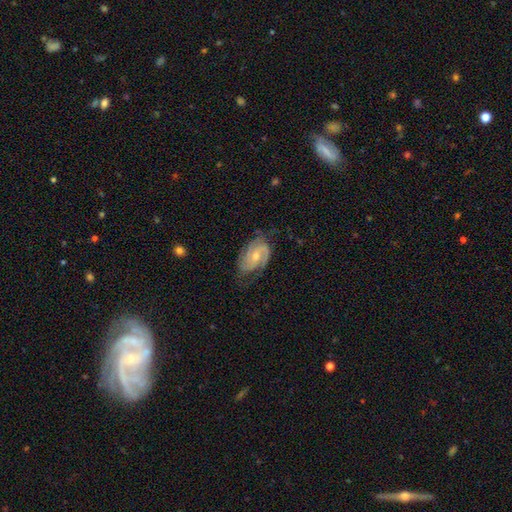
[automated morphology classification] A featured or disk galaxy (82%) with no bar (61%), 2 (51%) tight (46%) spiral arms (95%) and a moderate central bulge (53%).

Vote fractions:
- Smooth or featured? featured or disk: 82% / smooth: 13% / star or artifact: 5%
- Edge-on disk? no: 97% / yes: 3%
- Bar? no: 61% / weak: 33% / strong: 6%
- Spiral arms? yes: 95% / no: 5%
- Spiral winding? tight: 46% / medium: 41% / loose: 13%
- Spiral arm count? 2: 51% / 3: 21% / can't tell: 17% / 1: 5% / 4: 4% / more than 4: 3%
- Bulge size? moderate: 53% / small: 43% / large: 2% / none: 1% / dominant: 1%
- Merging? none: 64% / minor disturbance: 24% / major disturbance: 10% / merger: 1%